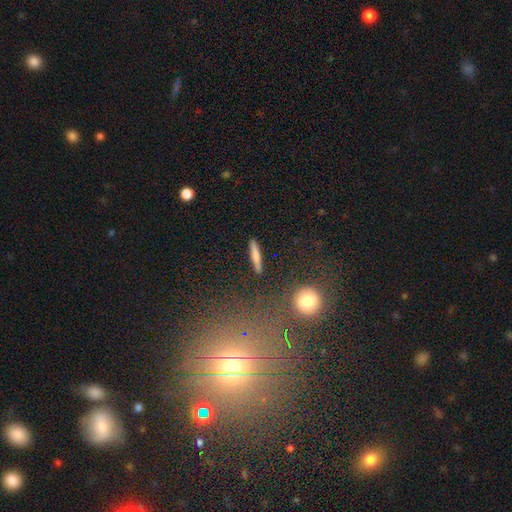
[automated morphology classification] A smooth galaxy with no disk features (73%) that is cigar-shaped (91%). Merging: none (88%).